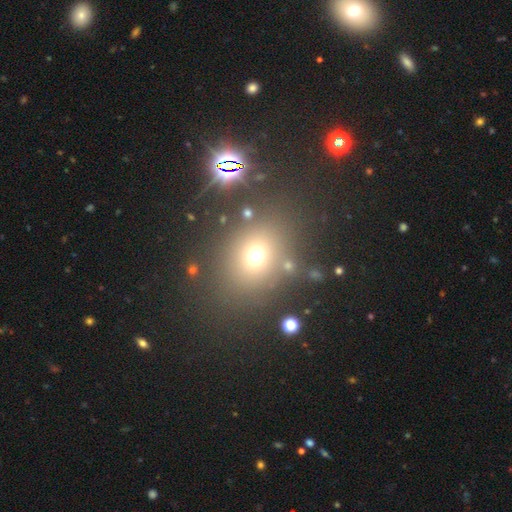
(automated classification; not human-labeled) Morphology: type=smooth (66%); roundness=round (67%); merging=none (78%).